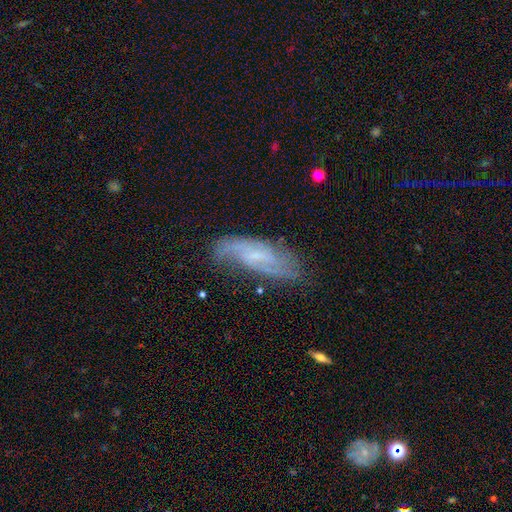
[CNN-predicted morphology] Q: Smooth or featured?
A: featured or disk (76%); runner-up: smooth (17%)
Q: Edge-on disk?
A: no (88%); runner-up: yes (12%)
Q: Bar?
A: weak (51%); runner-up: no (33%)
Q: Spiral arms?
A: yes (92%); runner-up: no (8%)
Q: Spiral winding?
A: medium (43%); runner-up: loose (32%)
Q: Spiral arm count?
A: 2 (62%); runner-up: can't tell (20%)
Q: Bulge size?
A: small (65%); runner-up: moderate (17%)
Q: Merging?
A: none (64%); runner-up: minor disturbance (23%)